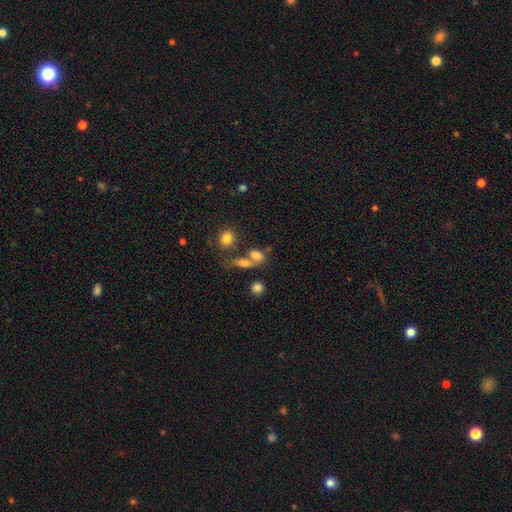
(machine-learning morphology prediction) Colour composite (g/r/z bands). It shows a smooth galaxy with no disk features (75%) that is in between round and cigar-shaped (72%). Merging: merger (41%).